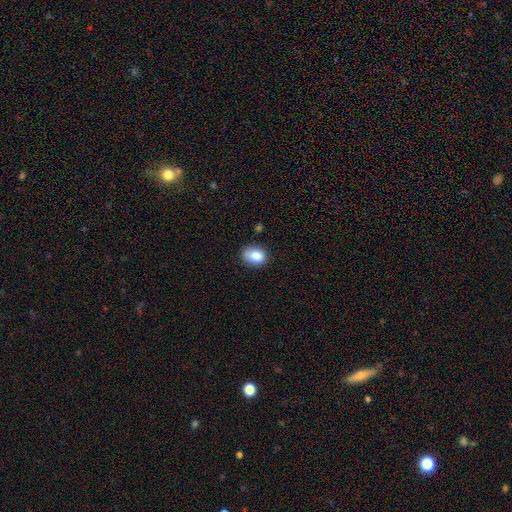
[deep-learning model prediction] The model was most divided on "how rounded": in between: 65%, round: 34%, cigar-shaped: 1%. More confident: smooth or featured — smooth (85%); merging — none (74%).